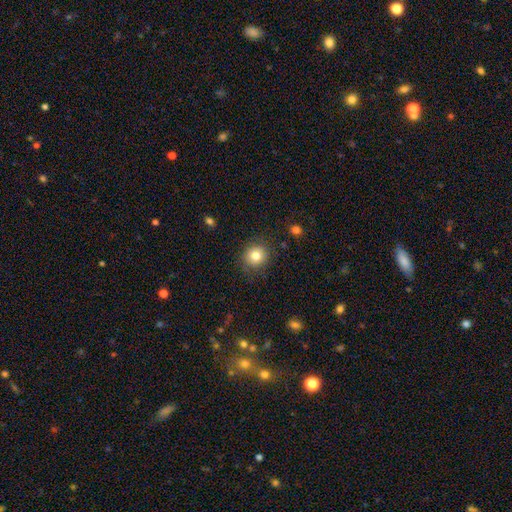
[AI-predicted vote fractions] Morphology: type=smooth (81%); roundness=round (85%); merging=none (85%).